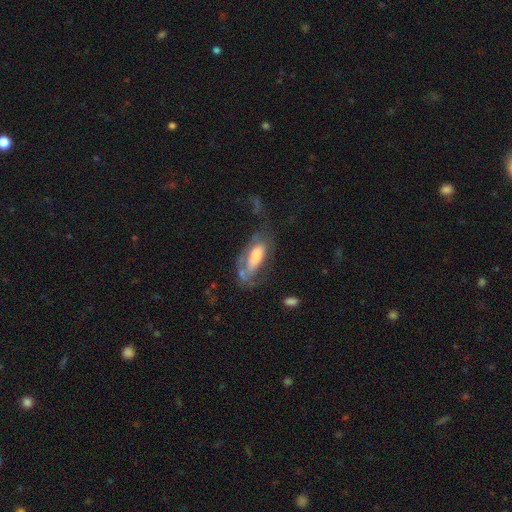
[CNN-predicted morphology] Smooth or featured? Predicted: featured or disk (p=0.53). Edge-on disk? Predicted: no (p=0.83). Merging? Predicted: none (p=0.37).